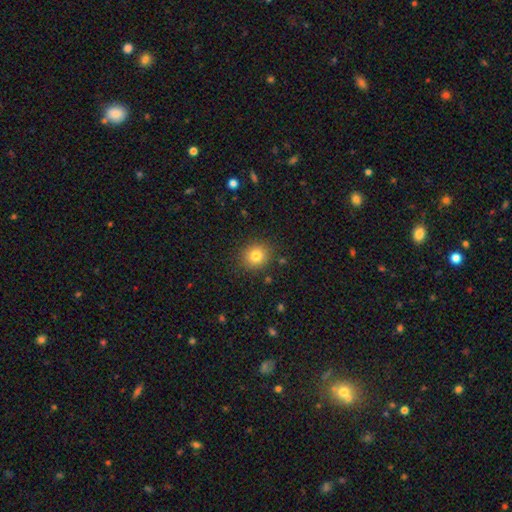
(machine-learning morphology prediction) smooth-or-featured: smooth: 80% | star or artifact: 12% | featured or disk: 8%
  how-rounded: round: 86% | in between: 13% | cigar-shaped: 1%
  merging: none: 88% | minor disturbance: 8% | major disturbance: 3% | merger: 1%